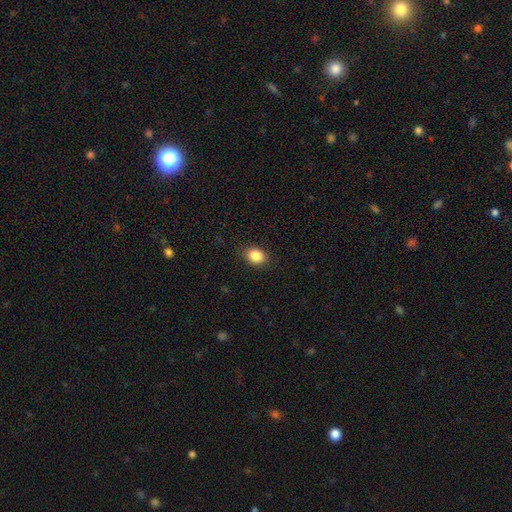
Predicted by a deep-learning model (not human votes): smooth-or-featured: smooth: 87% | star or artifact: 9% | featured or disk: 4%
  how-rounded: in between: 66% | round: 33% | cigar-shaped: 1%
  merging: none: 87% | minor disturbance: 9% | major disturbance: 3% | merger: 1%